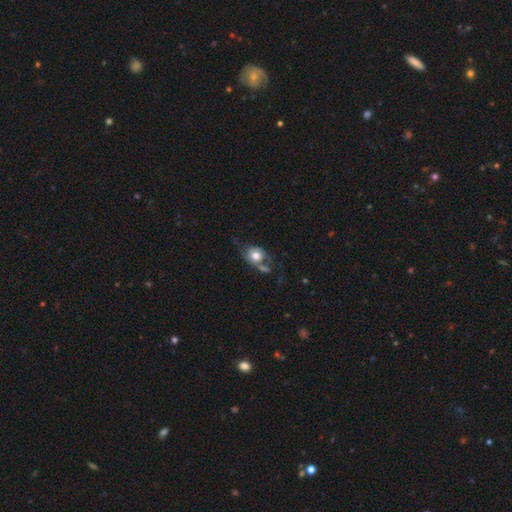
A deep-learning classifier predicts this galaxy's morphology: This is possibly a smooth galaxy (59%). How rounded: possibly in between (51%). Merging: marginally none (34%).